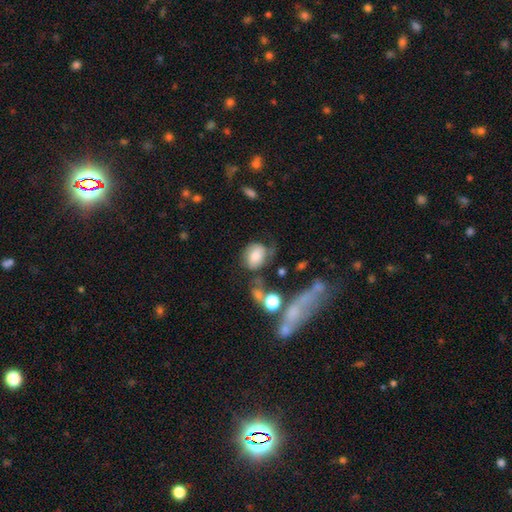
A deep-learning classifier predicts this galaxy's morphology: The model was most divided on "merging": none: 38%, minor disturbance: 28%, major disturbance: 26%, merger: 8%. More confident: how rounded — in between (64%); smooth or featured — smooth (61%).